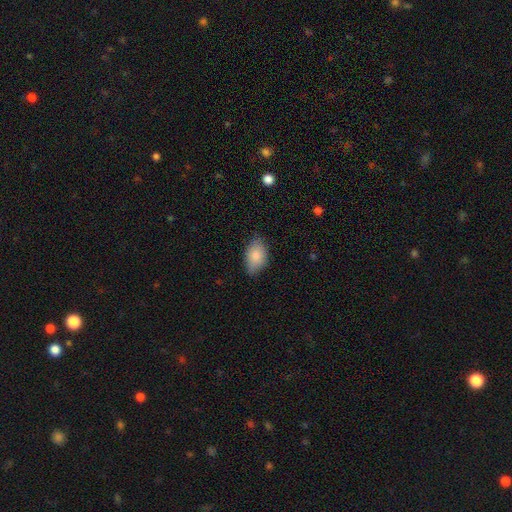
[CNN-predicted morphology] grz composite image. It shows a smooth galaxy with no disk features (84%) that is in between round and cigar-shaped (90%). Merging: none (75%).